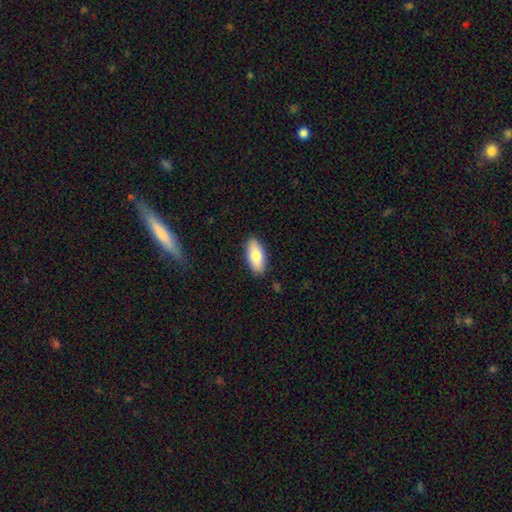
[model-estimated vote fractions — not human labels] A smooth galaxy with no disk features (79%) that is in between round and cigar-shaped (88%).

Vote fractions:
- Smooth or featured? smooth: 79% / featured or disk: 15% / star or artifact: 6%
- How rounded? in between: 88% / cigar-shaped: 10% / round: 2%
- Merging? none: 88% / minor disturbance: 9% / major disturbance: 2% / merger: 1%